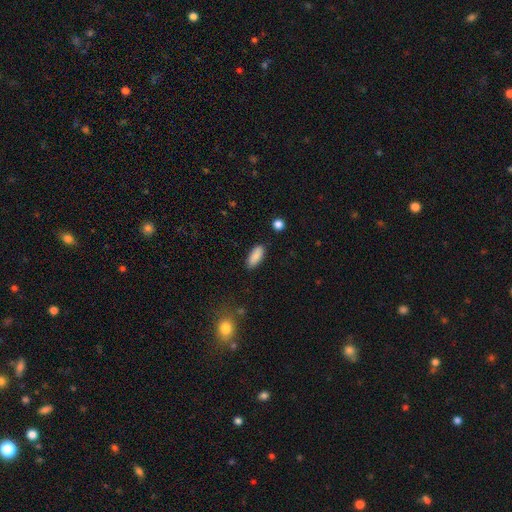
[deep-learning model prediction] The model was most divided on "how rounded": in between: 78%, cigar-shaped: 20%, round: 2%. More confident: smooth or featured — smooth (89%); merging — none (86%).